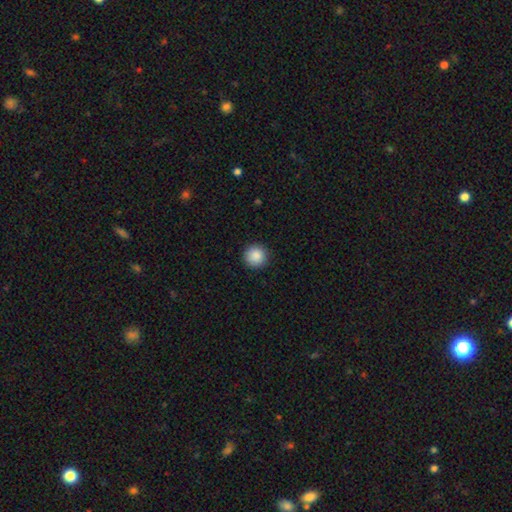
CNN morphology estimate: A smooth galaxy with no disk features (88%) that is round (96%).

Vote fractions:
- Smooth or featured? smooth: 88% / star or artifact: 9% / featured or disk: 3%
- How rounded? round: 96% / in between: 3% / cigar-shaped: 1%
- Merging? none: 92% / minor disturbance: 6% / major disturbance: 2% / merger: 1%